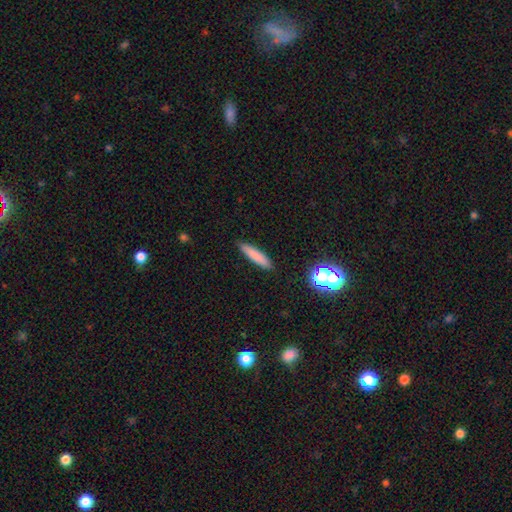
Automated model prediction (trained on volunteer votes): Smooth or featured? smooth (81%)
How rounded? cigar-shaped (84%)
Merging? none (89%)